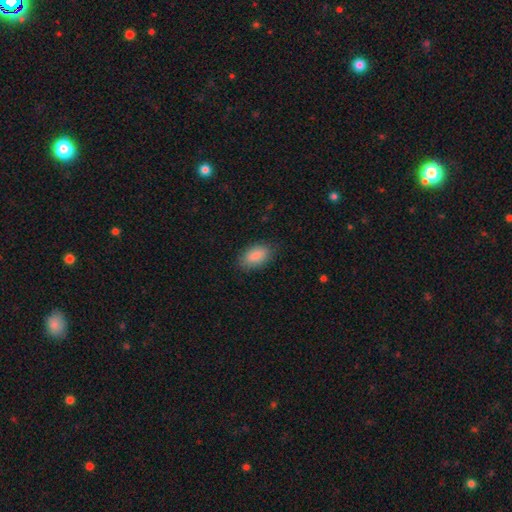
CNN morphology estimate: This appears to be a smooth galaxy with no disk features (88%) that is in between round and cigar-shaped (92%). Merging: none (83%).